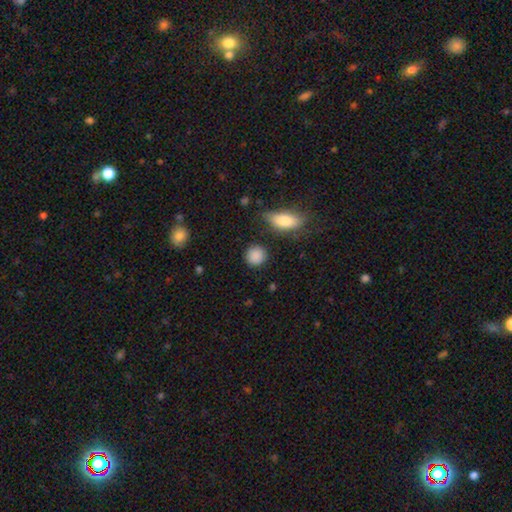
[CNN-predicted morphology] type=smooth (88%); roundness=round (87%); merging=none (85%).